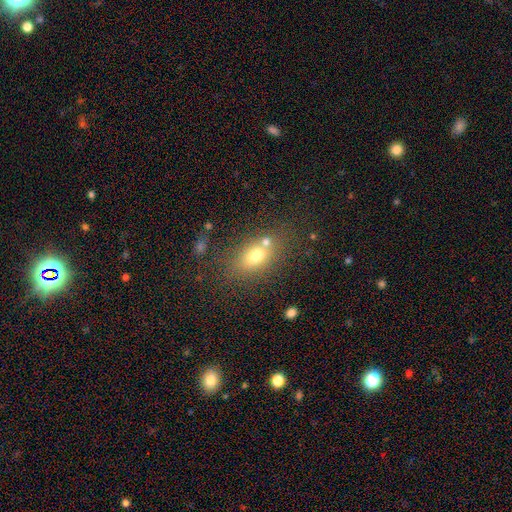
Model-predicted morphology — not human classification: The model was most divided on "merging": none: 61%, merger: 19%, minor disturbance: 14%, major disturbance: 6%. More confident: how rounded — in between (74%); smooth or featured — smooth (71%).